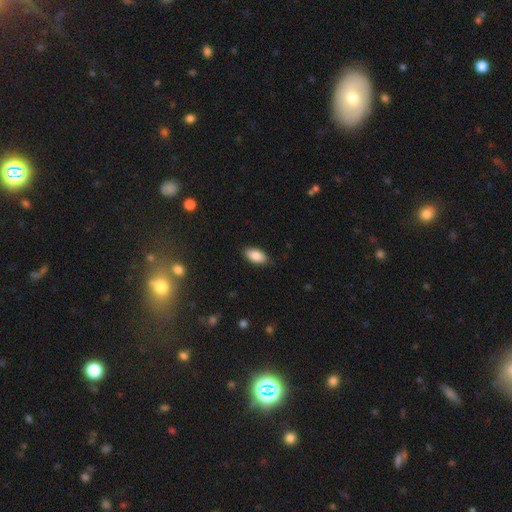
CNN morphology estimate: smooth-or-featured: smooth: 86% | featured or disk: 7% | star or artifact: 7%
  how-rounded: in between: 92% | cigar-shaped: 6% | round: 3%
  merging: none: 86% | minor disturbance: 11% | major disturbance: 2% | merger: 1%